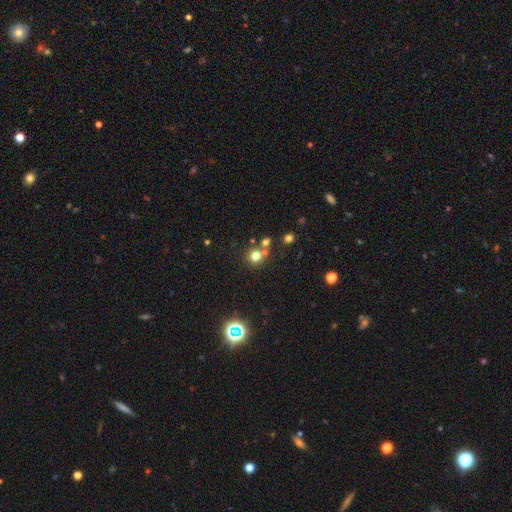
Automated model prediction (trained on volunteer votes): Smooth or featured? smooth (71%)
How rounded? round (90%)
Merging? none (65%)